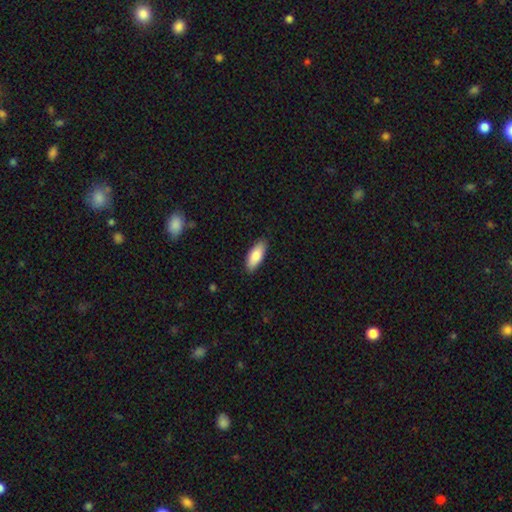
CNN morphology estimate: The model was most divided on "how rounded": in between: 77%, cigar-shaped: 21%, round: 2%. More confident: merging — none (87%); smooth or featured — smooth (84%).